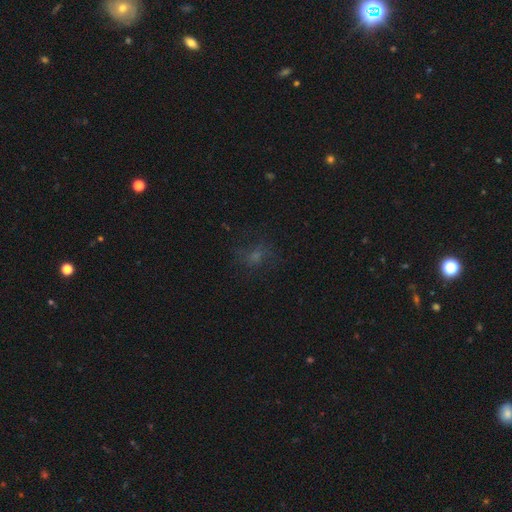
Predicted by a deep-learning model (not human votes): smooth_or_featured: smooth (p=0.42) [alt: star or artifact p=0.36]
merging: none (p=0.68) [alt: minor disturbance p=0.17]